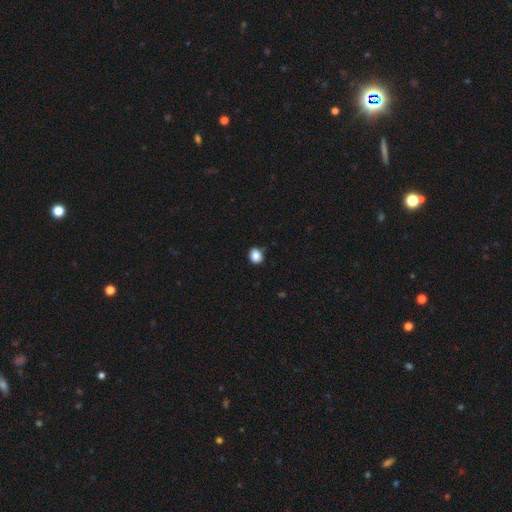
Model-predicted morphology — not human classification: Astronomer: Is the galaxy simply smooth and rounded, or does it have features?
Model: smooth — 86%.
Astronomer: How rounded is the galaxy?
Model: round — 67%.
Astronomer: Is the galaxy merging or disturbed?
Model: none — 83%.